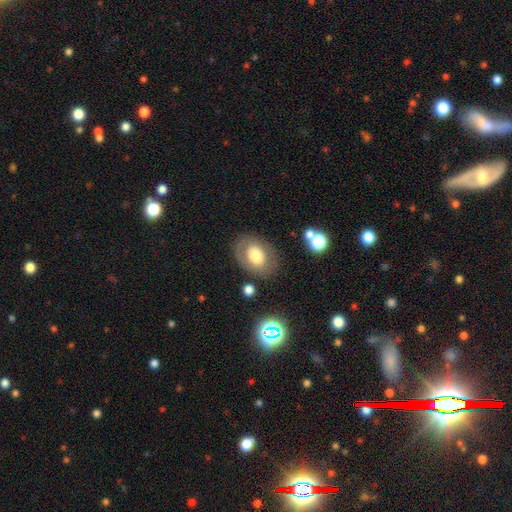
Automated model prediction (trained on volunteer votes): Smooth or featured: smooth — 61% (featured or disk — 31%)
How rounded: in between — 77% (round — 22%)
Merging: none — 78% (minor disturbance — 13%)